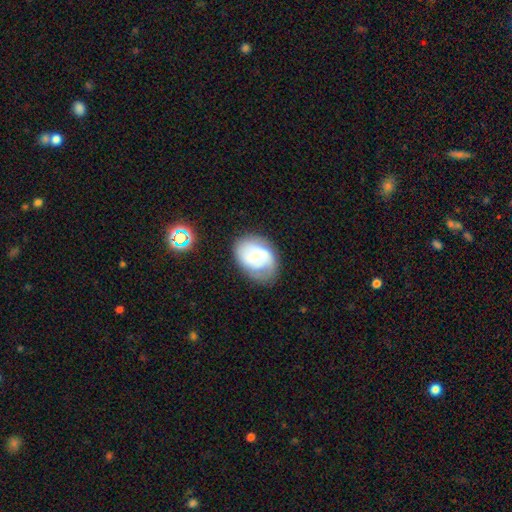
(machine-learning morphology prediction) Q: Smooth or featured?
A: featured or disk (53%); runner-up: smooth (39%)
Q: Edge-on disk?
A: no (96%); runner-up: yes (4%)
Q: Bar?
A: no (52%); runner-up: weak (38%)
Q: Spiral arms?
A: yes (71%); runner-up: no (29%)
Q: Bulge size?
A: small (50%); runner-up: moderate (42%)
Q: Merging?
A: none (57%); runner-up: minor disturbance (28%)